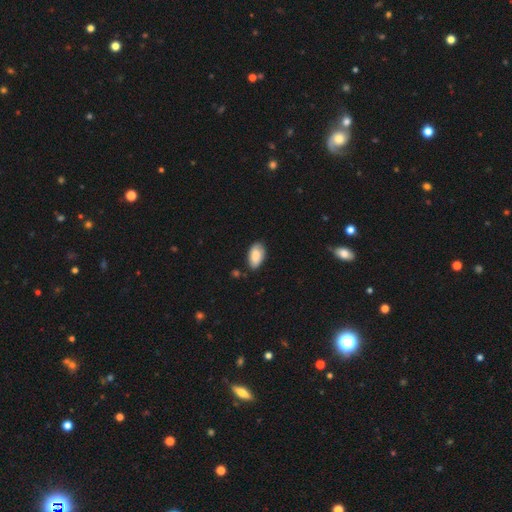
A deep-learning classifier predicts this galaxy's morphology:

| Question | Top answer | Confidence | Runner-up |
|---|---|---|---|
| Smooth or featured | smooth | 85% | featured or disk (9%) |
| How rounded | in between | 95% | round (3%) |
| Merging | none | 73% | minor disturbance (21%) |